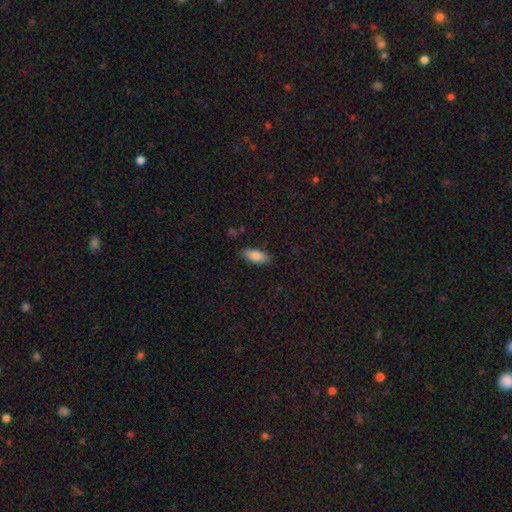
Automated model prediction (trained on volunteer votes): smooth-or-featured: smooth: 82% | featured or disk: 11% | star or artifact: 7%
  how-rounded: in between: 81% | cigar-shaped: 16% | round: 2%
  merging: none: 86% | minor disturbance: 10% | major disturbance: 2% | merger: 1%